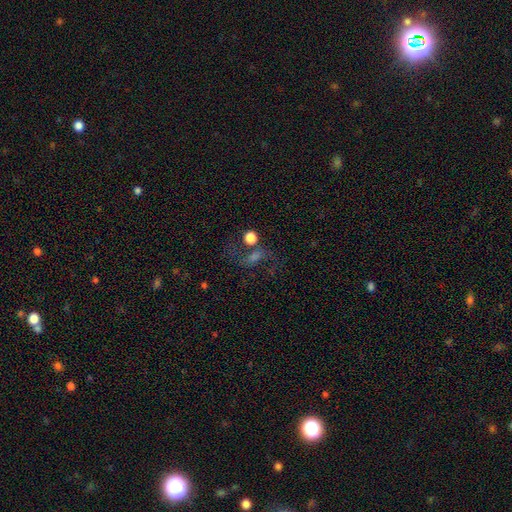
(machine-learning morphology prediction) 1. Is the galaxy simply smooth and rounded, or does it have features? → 43% featured or disk, 28% star or artifact, 28% smooth.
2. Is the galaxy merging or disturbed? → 50% none, 19% major disturbance, 16% merger, 15% minor disturbance.